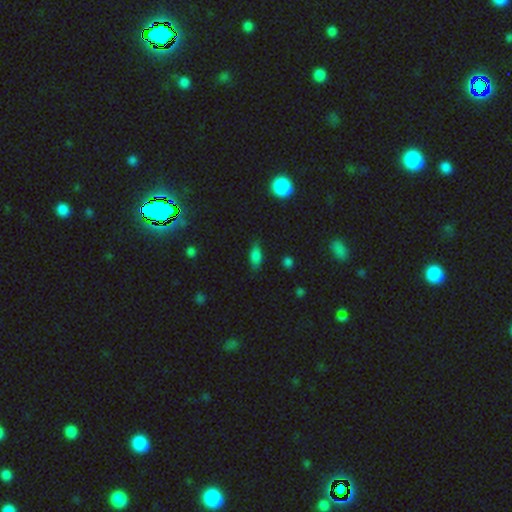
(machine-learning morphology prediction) A smooth galaxy with no disk features (77%) that is in between round and cigar-shaped (83%). Merging: none (74%).